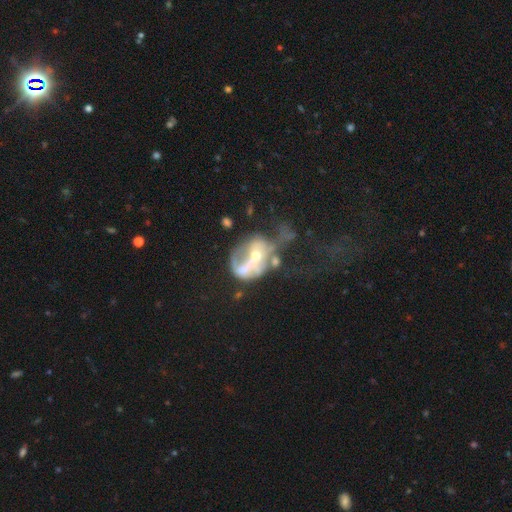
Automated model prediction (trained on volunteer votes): Q: Smooth or featured?
A: featured or disk (62%); runner-up: smooth (26%)
Q: Edge-on disk?
A: no (96%); runner-up: yes (4%)
Q: Bar?
A: no (73%); runner-up: weak (19%)
Q: Spiral arms?
A: no (71%); runner-up: yes (29%)
Q: Bulge size?
A: moderate (46%); runner-up: small (41%)
Q: Merging?
A: merger (37%); runner-up: major disturbance (36%)